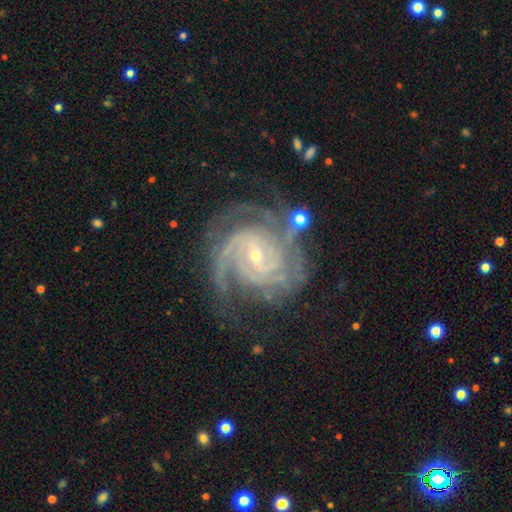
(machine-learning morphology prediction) Smooth or featured? featured or disk (91%)
Edge-on disk? no (98%)
Bar? no (43%)
Spiral arms? yes (98%)
Spiral winding? tight (65%)
Spiral arm count? 3 (27%)
Bulge size? small (79%)
Merging? none (69%)